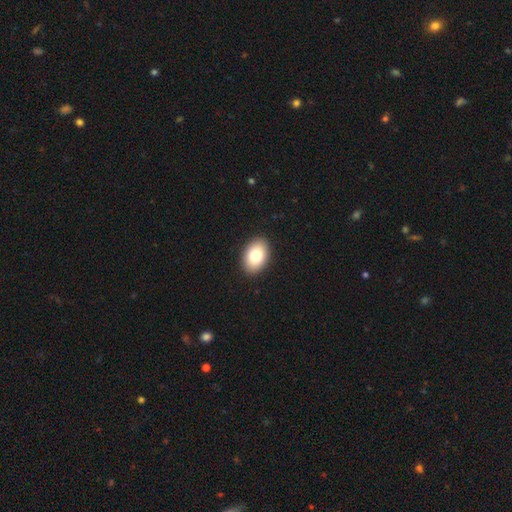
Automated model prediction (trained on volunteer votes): This appears to be a smooth galaxy with no disk features (80%) that is in between round and cigar-shaped (88%). Merging: none (91%).